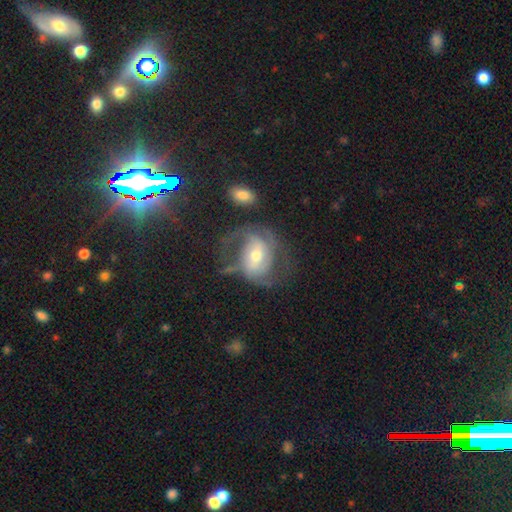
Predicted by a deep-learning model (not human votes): featured or disk 76%, smooth 16%, star or artifact 8%. Down the decision tree: edge-on disk — no (97%); bar — weak (42%); spiral arms — yes (88%); spiral arm count — 2 (66%); spiral winding — medium (48%); bulge size — moderate (57%); merging — none (48%).